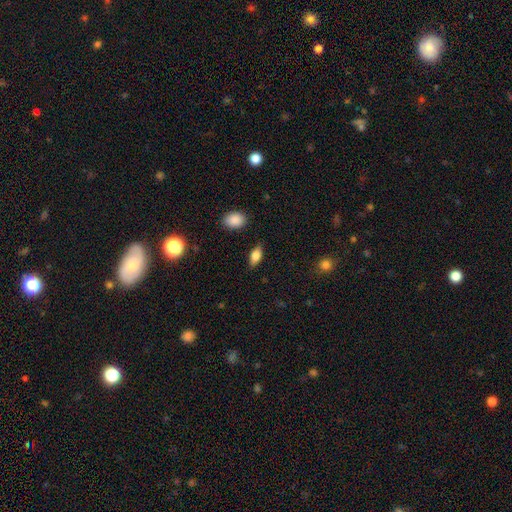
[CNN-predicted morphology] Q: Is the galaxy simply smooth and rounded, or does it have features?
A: smooth — 78%.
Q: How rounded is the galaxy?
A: in between — 86%.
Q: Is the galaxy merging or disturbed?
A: none — 84%.